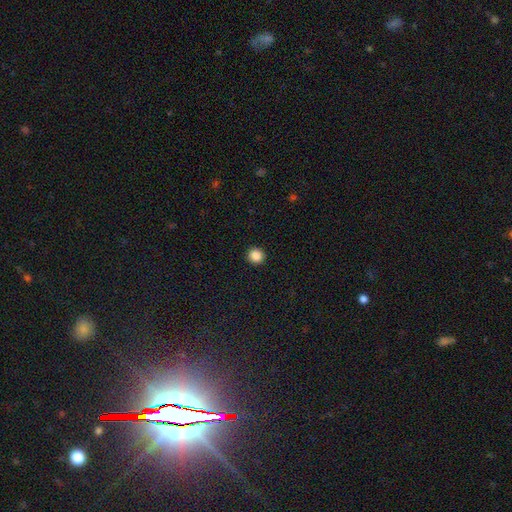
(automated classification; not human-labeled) smooth 87%, star or artifact 10%, featured or disk 3%. Down the decision tree: how rounded — round (93%); merging — none (93%).